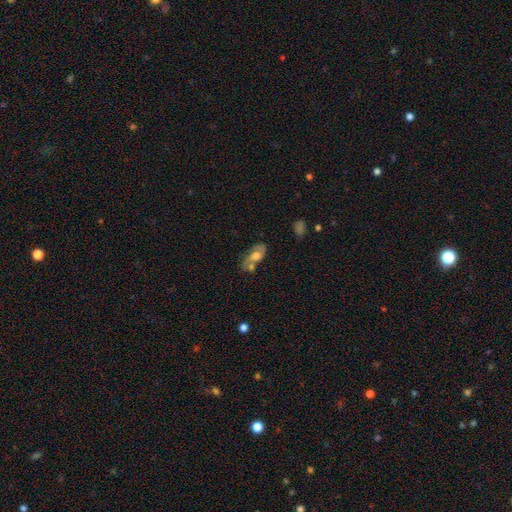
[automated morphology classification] Smooth or featured? Predicted: featured or disk (p=0.53). Edge-on disk? Predicted: no (p=0.89). Merging? Predicted: none (p=0.44).